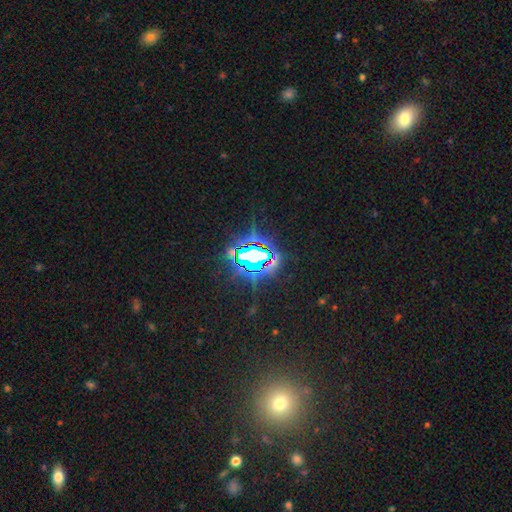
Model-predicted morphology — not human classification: Smooth or featured? star or artifact (80%)